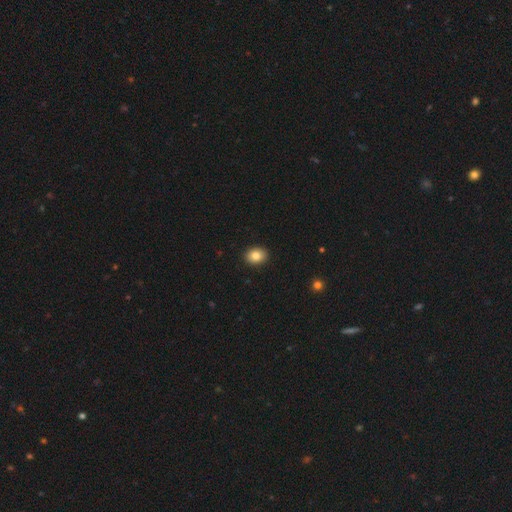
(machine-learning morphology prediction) smooth 84%, star or artifact 9%, featured or disk 7%. Down the decision tree: how rounded — in between (58%); merging — none (91%).